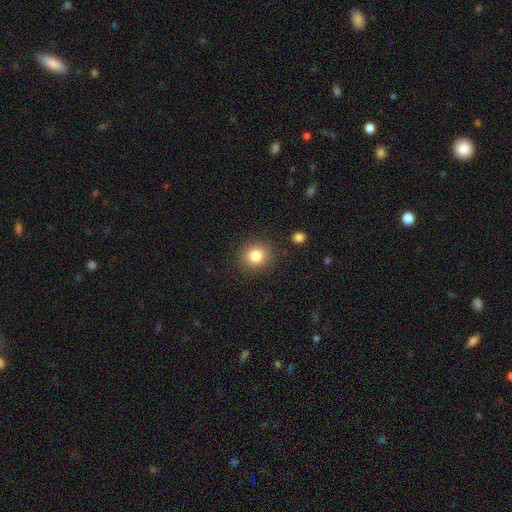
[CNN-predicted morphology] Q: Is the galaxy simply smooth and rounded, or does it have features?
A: smooth — 82%.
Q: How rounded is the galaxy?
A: round — 83%.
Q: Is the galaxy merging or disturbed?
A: none — 88%.